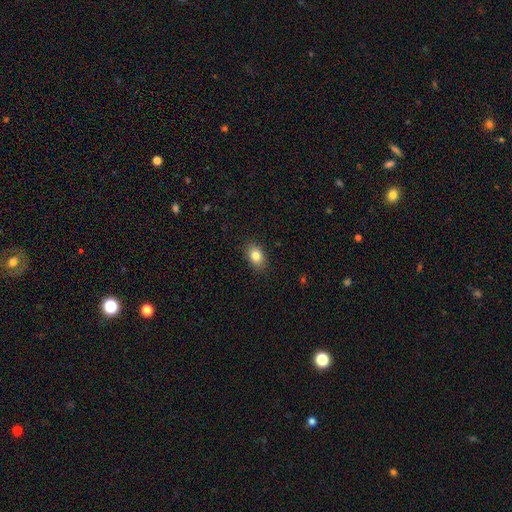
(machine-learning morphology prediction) The model was most divided on "how rounded": in between: 80%, round: 19%, cigar-shaped: 1%. More confident: merging — none (87%); smooth or featured — smooth (83%).